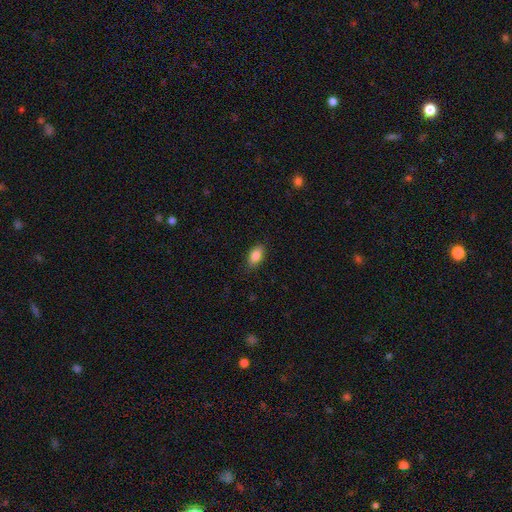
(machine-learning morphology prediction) This appears to be a smooth galaxy with no disk features (87%) that is in between round and cigar-shaped (89%). Merging: none (83%).